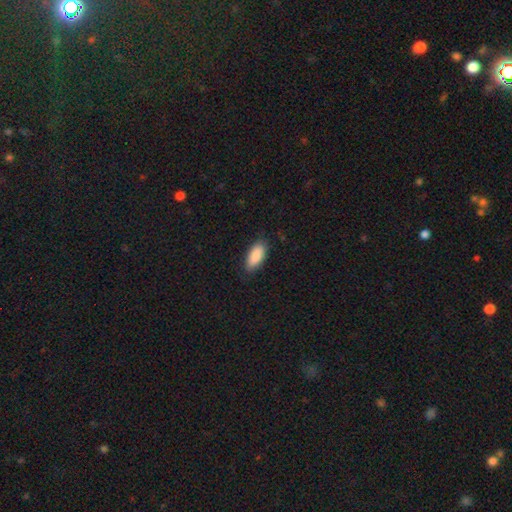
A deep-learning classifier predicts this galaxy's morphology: type=smooth (90%); roundness=in between (88%); merging=none (83%).